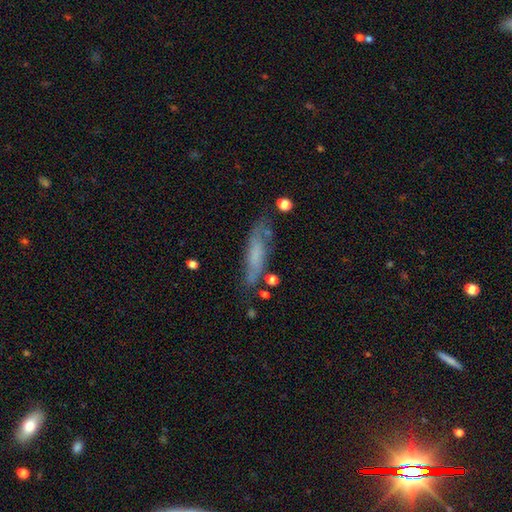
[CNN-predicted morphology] The model was most divided on "smooth or featured": smooth: 52%, featured or disk: 39%, star or artifact: 9%. More confident: how rounded — cigar-shaped (71%); merging — none (61%).